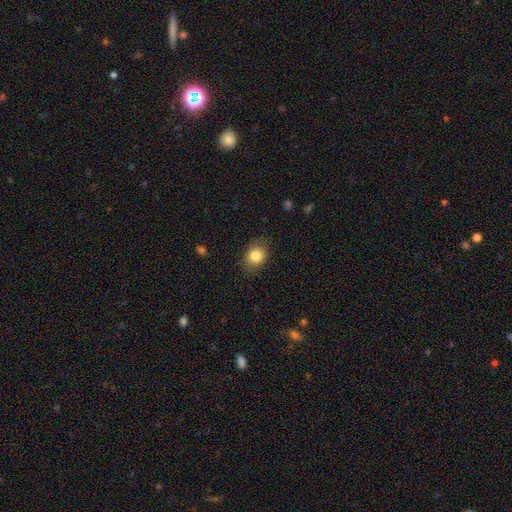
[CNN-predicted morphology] The model was most divided on "how rounded": in between: 51%, round: 48%, cigar-shaped: 1%. More confident: smooth or featured — smooth (84%); merging — none (81%).